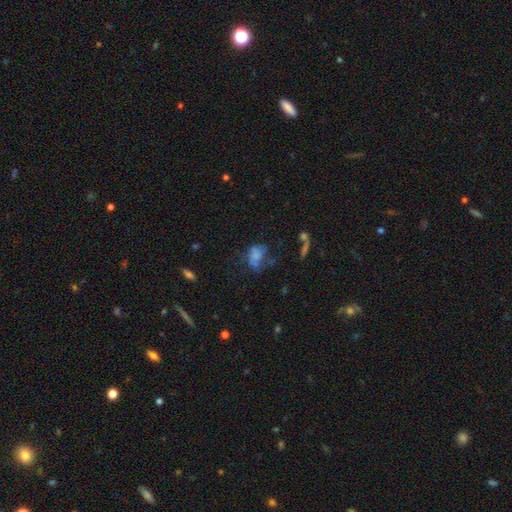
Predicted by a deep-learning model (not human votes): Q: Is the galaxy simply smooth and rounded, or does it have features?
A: smooth — 57%.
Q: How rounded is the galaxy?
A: in between — 71%.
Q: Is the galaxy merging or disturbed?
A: major disturbance — 37%.